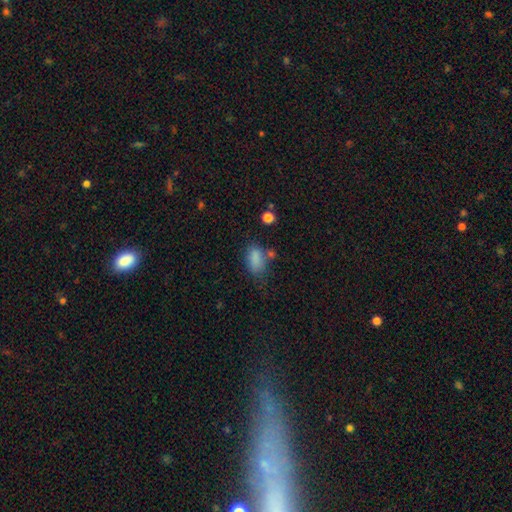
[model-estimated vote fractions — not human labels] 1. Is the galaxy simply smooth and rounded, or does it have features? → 81% smooth, 12% star or artifact, 7% featured or disk.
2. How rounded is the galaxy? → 87% in between, 10% round, 4% cigar-shaped.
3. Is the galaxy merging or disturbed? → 56% none, 24% minor disturbance, 10% merger, 10% major disturbance.